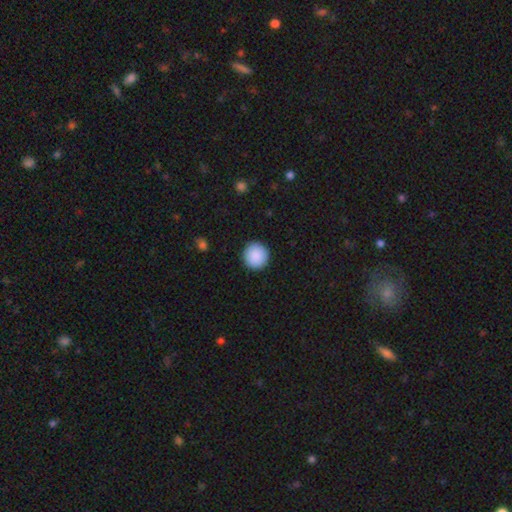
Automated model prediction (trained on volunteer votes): The model was most divided on "smooth or featured": smooth: 90%, star or artifact: 7%, featured or disk: 2%. More confident: how rounded — round (96%); merging — none (93%).